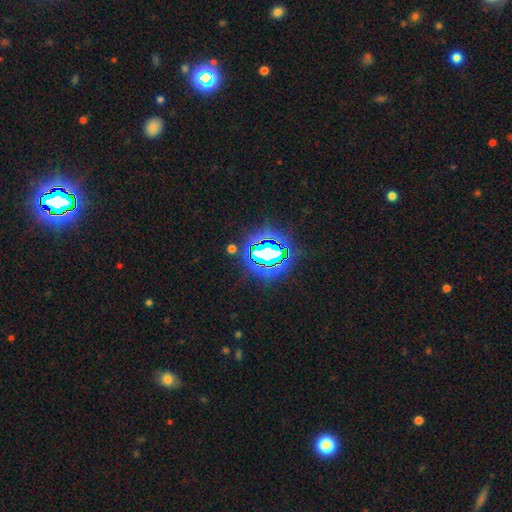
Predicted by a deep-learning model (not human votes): A star or artifact, not a galaxy (82%).